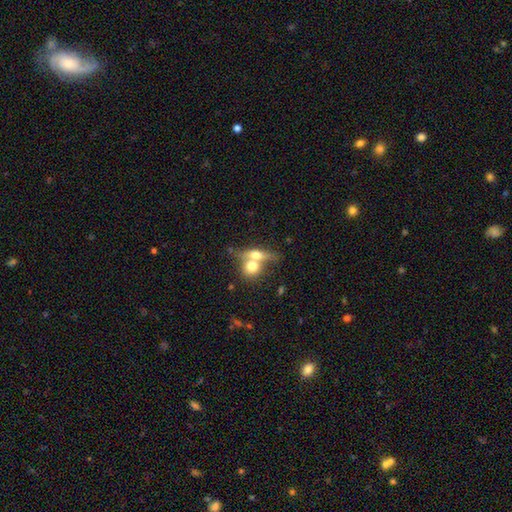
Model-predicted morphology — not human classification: smooth_or_featured: smooth (p=0.48) [alt: featured or disk p=0.41]
merging: merger (p=0.50) [alt: none p=0.36]